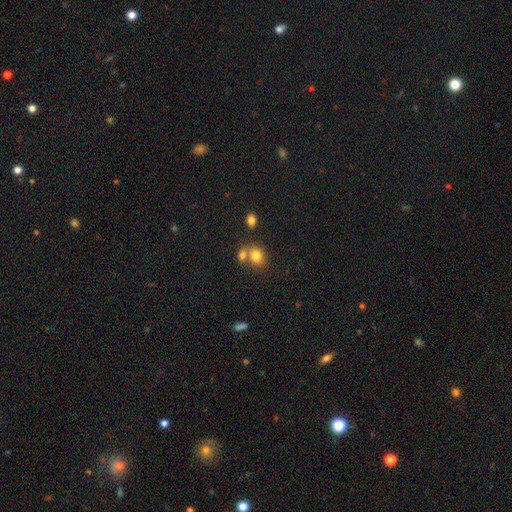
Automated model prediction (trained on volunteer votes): Smooth or featured? smooth (80%)
How rounded? round (60%)
Merging? none (46%)